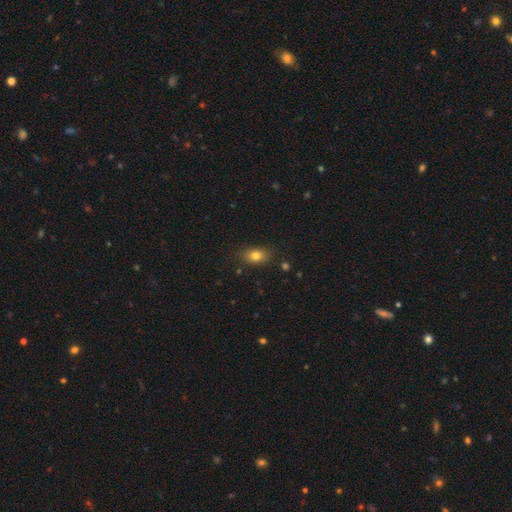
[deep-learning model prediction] The model was most divided on "how rounded": in between: 78%, round: 19%, cigar-shaped: 3%. More confident: merging — none (84%); smooth or featured — smooth (80%).